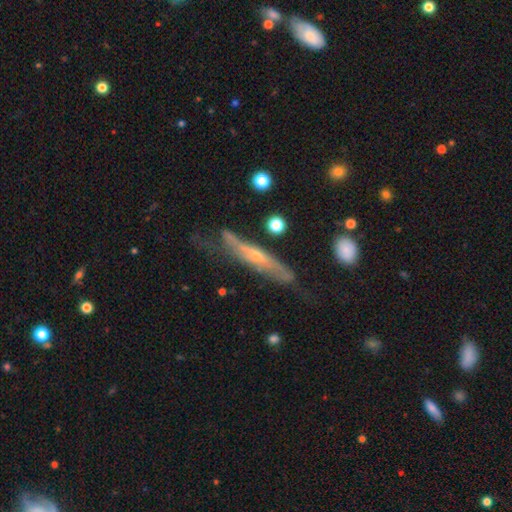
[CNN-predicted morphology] type=featured or disk (73%); edge-on=yes (76%); edge-on bulge=rounded (72%); merging=none (59%).